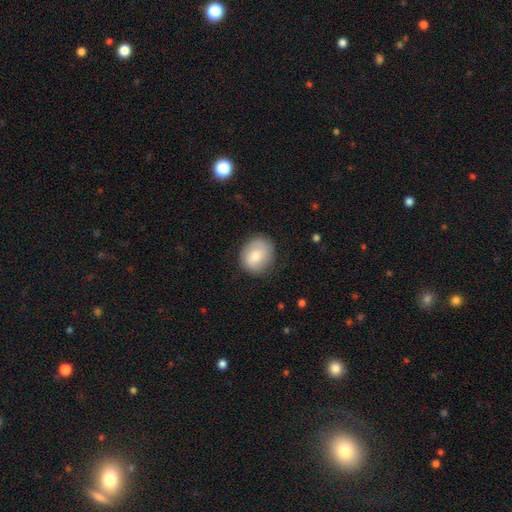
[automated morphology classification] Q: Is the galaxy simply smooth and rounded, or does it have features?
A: smooth — 78%.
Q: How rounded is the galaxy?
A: round — 65%.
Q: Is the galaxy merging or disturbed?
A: none — 80%.